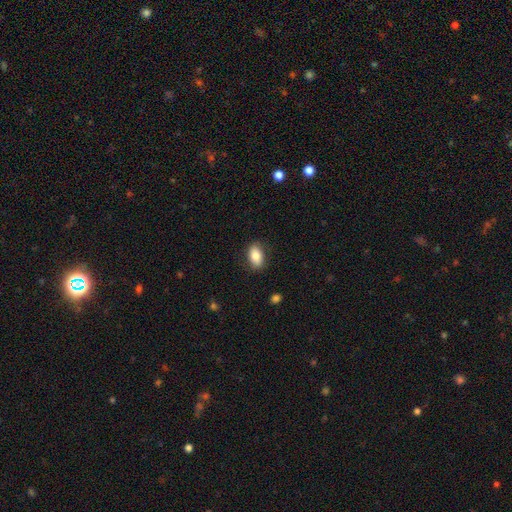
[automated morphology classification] This is clearly a smooth galaxy (81%). How rounded: clearly in between (89%). Merging: clearly none (83%).